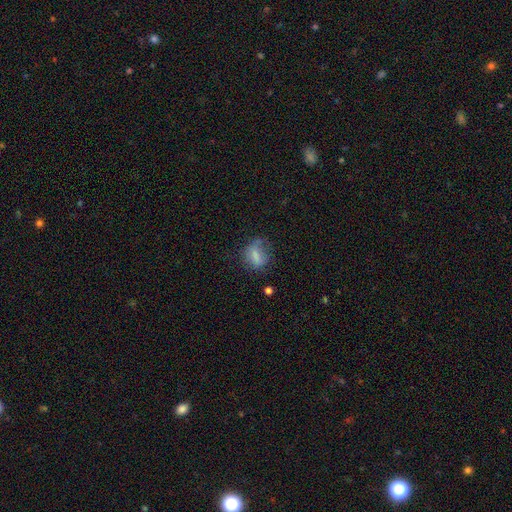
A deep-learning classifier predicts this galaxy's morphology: This appears to be a smooth galaxy with no disk features (71%) that is in between round and cigar-shaped (56%). Merging: none (51%).